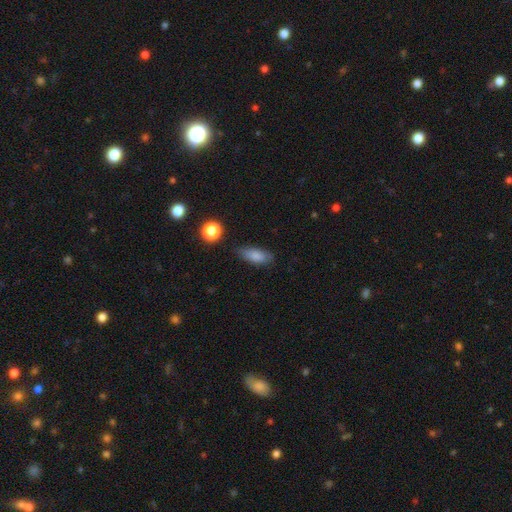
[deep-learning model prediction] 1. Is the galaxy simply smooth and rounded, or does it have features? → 80% smooth, 11% featured or disk, 9% star or artifact.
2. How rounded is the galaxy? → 80% in between, 15% cigar-shaped, 5% round.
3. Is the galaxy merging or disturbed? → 69% none, 23% minor disturbance, 5% major disturbance, 3% merger.